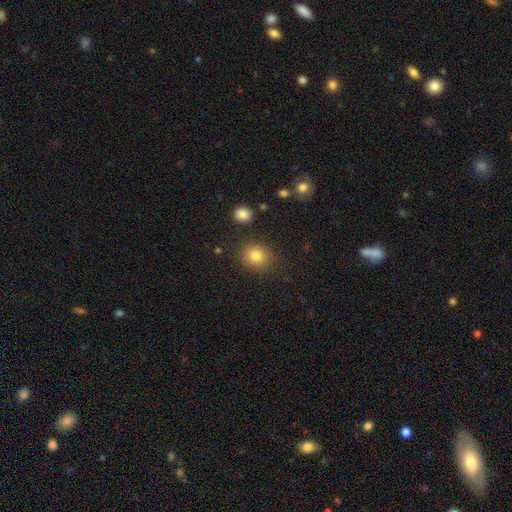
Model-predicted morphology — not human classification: smooth 84%, star or artifact 10%, featured or disk 6%. Down the decision tree: how rounded — round (76%); merging — none (84%).